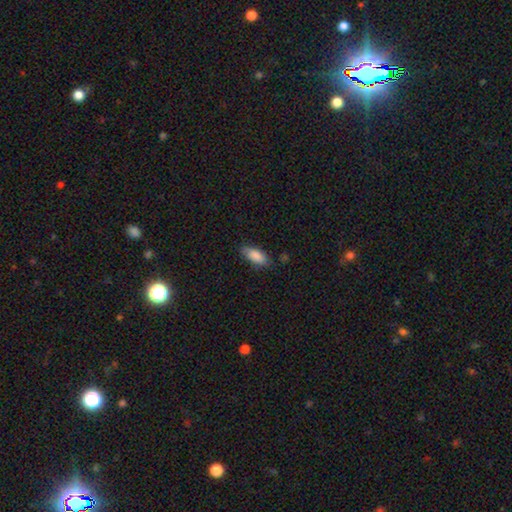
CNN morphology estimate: This is clearly a smooth galaxy (87%). How rounded: clearly in between (83%). Merging: likely none (78%).